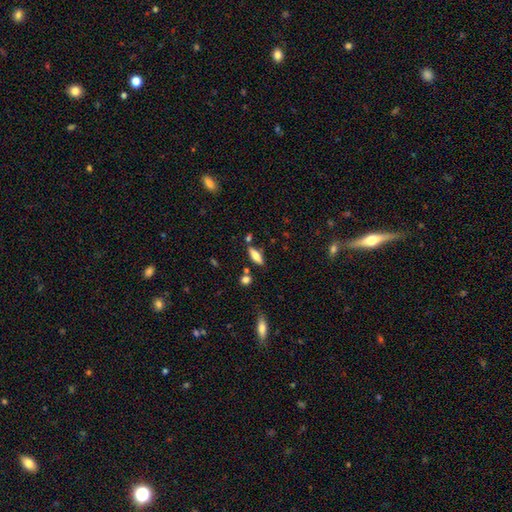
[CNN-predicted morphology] Overall: smooth (67%). How rounded: in between (57%; cigar-shaped 40%). Merging: none (76%).